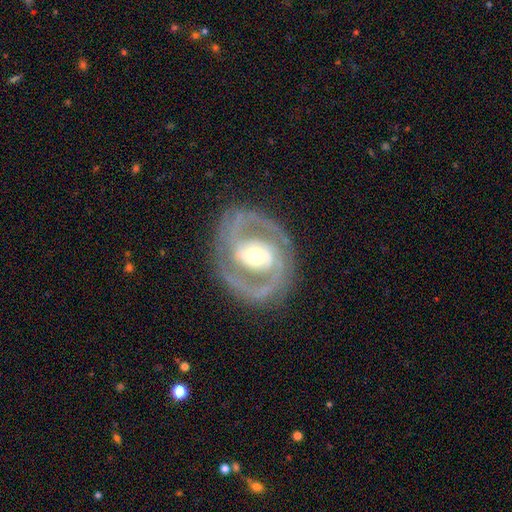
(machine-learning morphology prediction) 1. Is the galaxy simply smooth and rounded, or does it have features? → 89% featured or disk, 6% smooth, 5% star or artifact.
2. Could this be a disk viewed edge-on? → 97% no, 3% yes.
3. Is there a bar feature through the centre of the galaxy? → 37% no, 36% weak, 27% strong.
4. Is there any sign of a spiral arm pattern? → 95% yes, 5% no.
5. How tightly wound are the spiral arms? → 47% tight, 44% medium, 9% loose.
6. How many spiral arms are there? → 85% 2, 5% 3, 4% can't tell, 2% 1, 2% 4, 2% more than 4.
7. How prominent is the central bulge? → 68% moderate, 19% small, 11% large, 1% dominant, 1% none.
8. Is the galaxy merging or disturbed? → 82% none, 12% minor disturbance, 5% major disturbance, 1% merger.